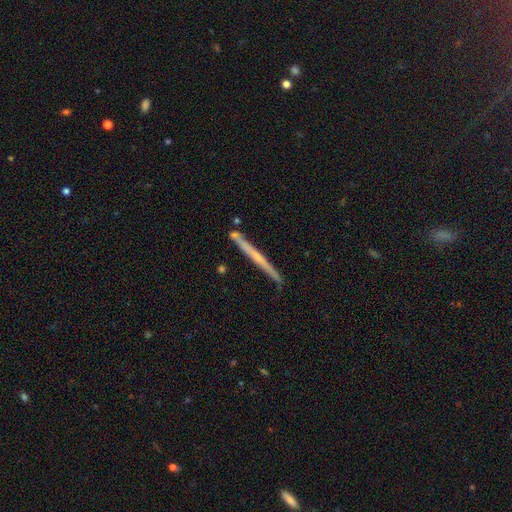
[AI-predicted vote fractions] Smooth or featured: featured or disk — 61% (smooth — 33%)
Edge-on disk: yes — 97% (no — 3%)
Edge-on bulge: none — 65% (rounded — 30%)
Merging: none — 85% (minor disturbance — 10%)